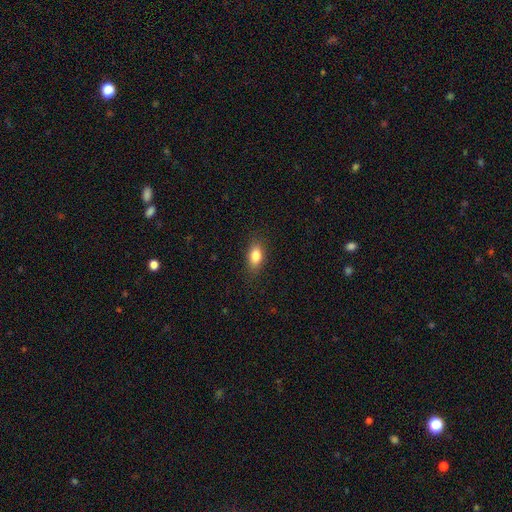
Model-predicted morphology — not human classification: smooth 84%, star or artifact 8%, featured or disk 8%. Down the decision tree: how rounded — in between (85%); merging — none (85%).